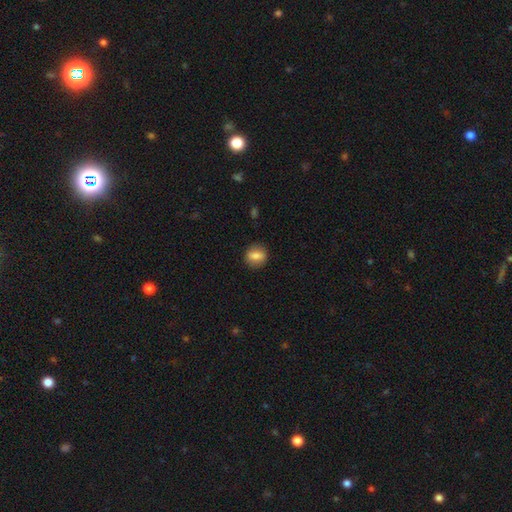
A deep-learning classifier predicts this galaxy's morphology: type=smooth (76%); roundness=round (59%); merging=none (87%).